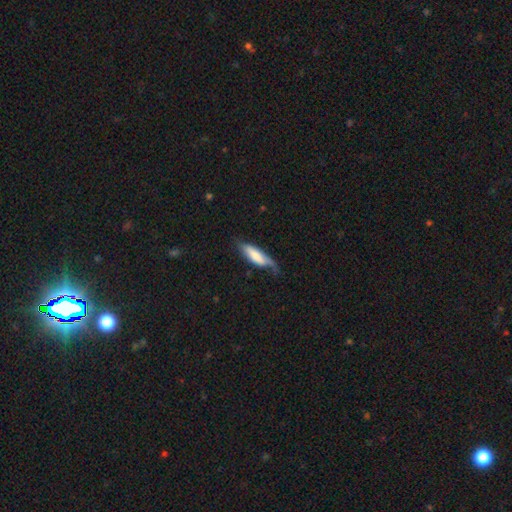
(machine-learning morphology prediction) A smooth galaxy with no disk features (62%) that is cigar-shaped (51%).

Vote fractions:
- Smooth or featured? smooth: 62% / featured or disk: 32% / star or artifact: 6%
- How rounded? cigar-shaped: 51% / in between: 47% / round: 2%
- Merging? none: 44% / minor disturbance: 35% / major disturbance: 18% / merger: 3%